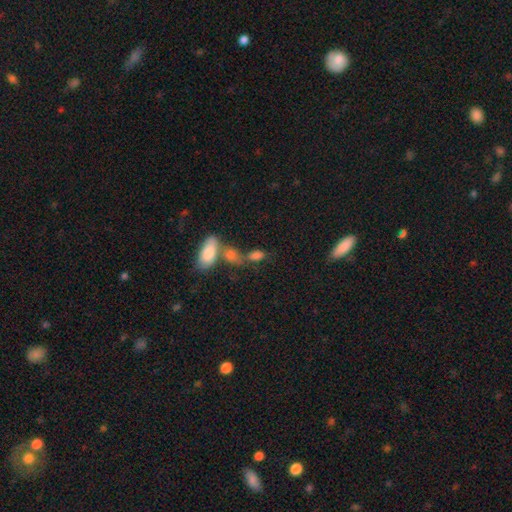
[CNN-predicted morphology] A smooth galaxy with no disk features (75%) that is in between round and cigar-shaped (80%).

Vote fractions:
- Smooth or featured? smooth: 75% / featured or disk: 13% / star or artifact: 12%
- How rounded? in between: 80% / cigar-shaped: 11% / round: 9%
- Merging? merger: 43% / none: 36% / minor disturbance: 12% / major disturbance: 8%